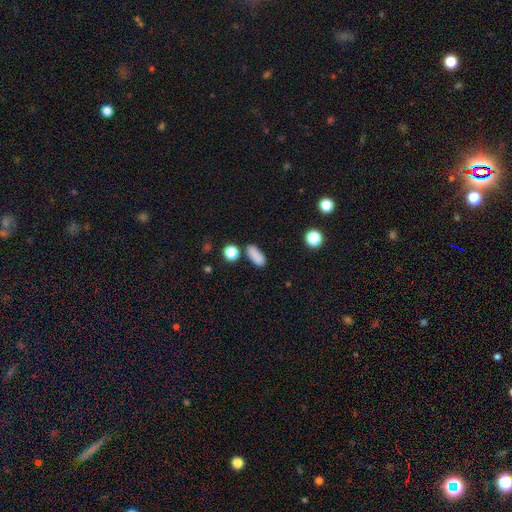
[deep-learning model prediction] Smooth or featured: smooth — 84% (star or artifact — 10%)
How rounded: in between — 74% (cigar-shaped — 19%)
Merging: none — 74% (minor disturbance — 14%)